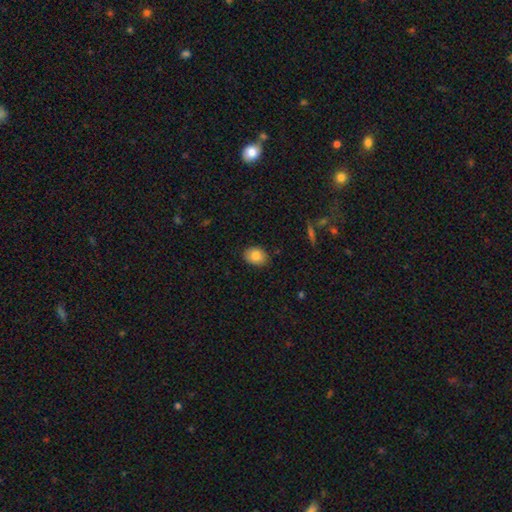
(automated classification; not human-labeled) smooth_or_featured: smooth (p=0.84) [alt: featured or disk p=0.08]
how_rounded: in between (p=0.68) [alt: round p=0.31]
merging: none (p=0.86) [alt: minor disturbance p=0.11]